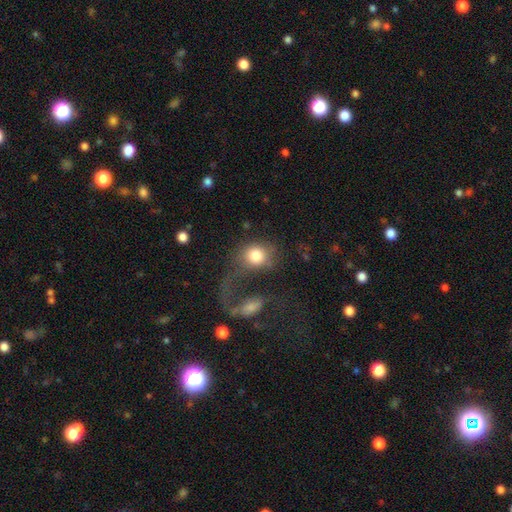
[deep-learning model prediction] Overall: smooth (76%). How rounded: round (65%; in between 33%). Merging: major disturbance (36%; none 27%).